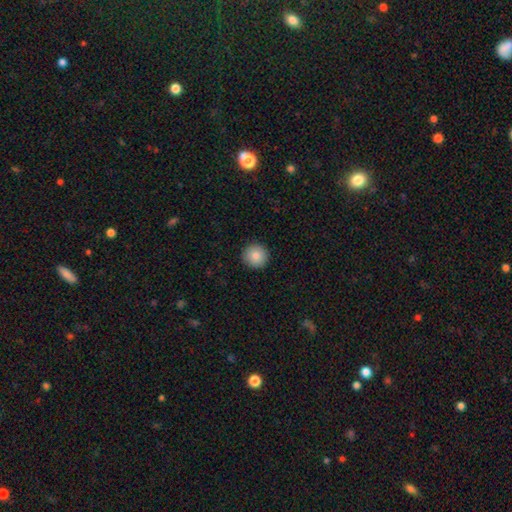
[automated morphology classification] smooth_or_featured: smooth (p=0.86) [alt: star or artifact p=0.08]
how_rounded: round (p=0.95) [alt: in between p=0.04]
merging: none (p=0.92) [alt: minor disturbance p=0.05]